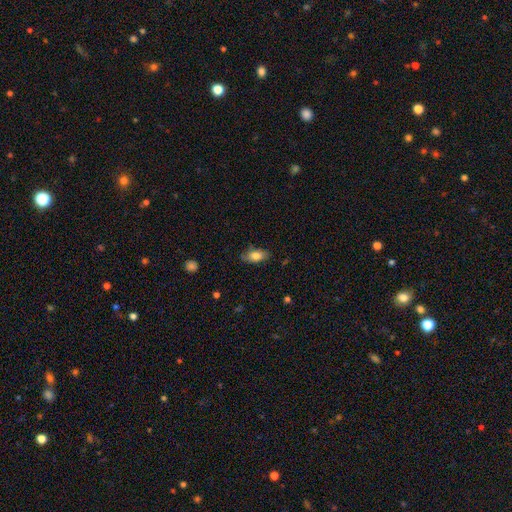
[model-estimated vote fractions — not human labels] Morphology: type=smooth (79%); roundness=in between (87%); merging=none (80%).